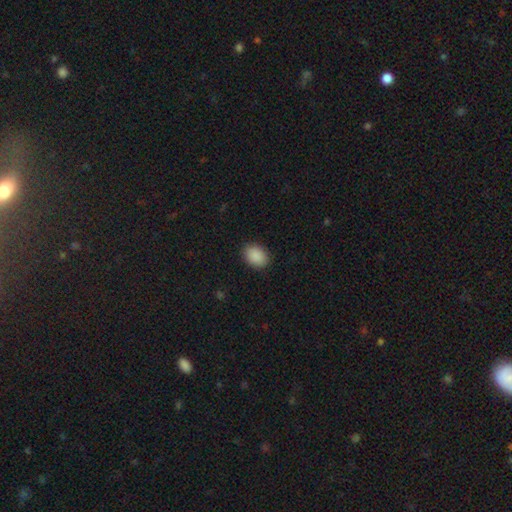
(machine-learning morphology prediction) Overall: smooth (90%). How rounded: in between (72%). Merging: none (88%).